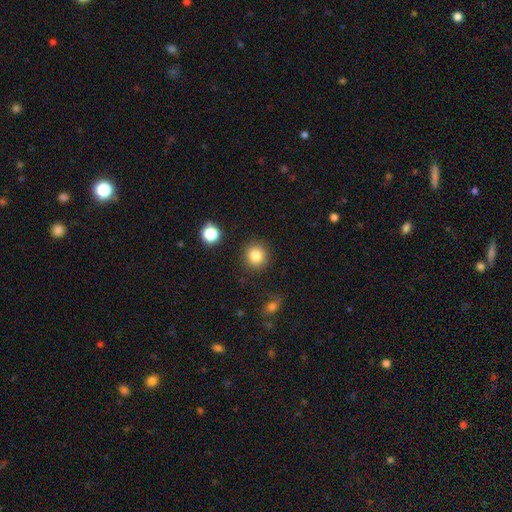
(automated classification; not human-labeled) Morphology: type=smooth (84%); roundness=round (92%); merging=none (89%).